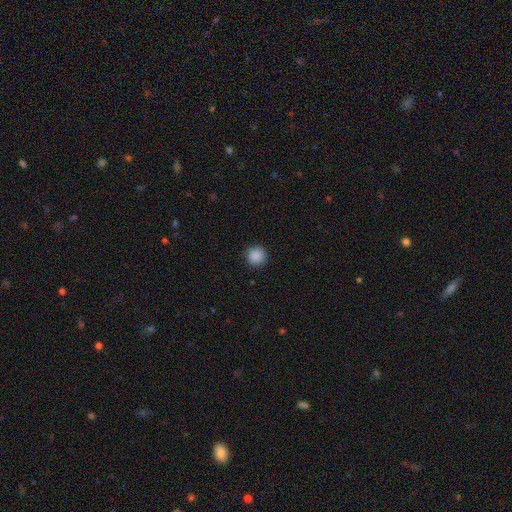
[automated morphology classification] A smooth galaxy with no disk features (88%) that is round (95%). Merging: none (91%).